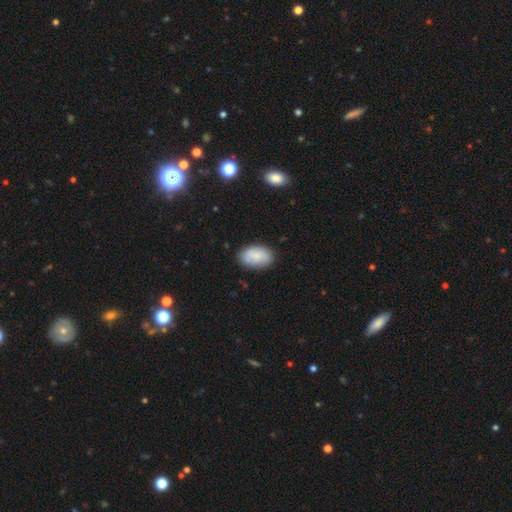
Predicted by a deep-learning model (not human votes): Smooth or featured: smooth — 76% (featured or disk — 17%)
How rounded: in between — 90% (round — 9%)
Merging: none — 81% (minor disturbance — 15%)